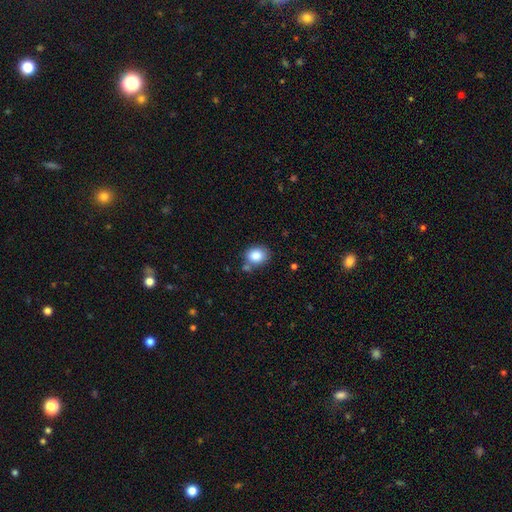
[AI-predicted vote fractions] Morphology: type=smooth (85%); roundness=round (53%); merging=none (69%).